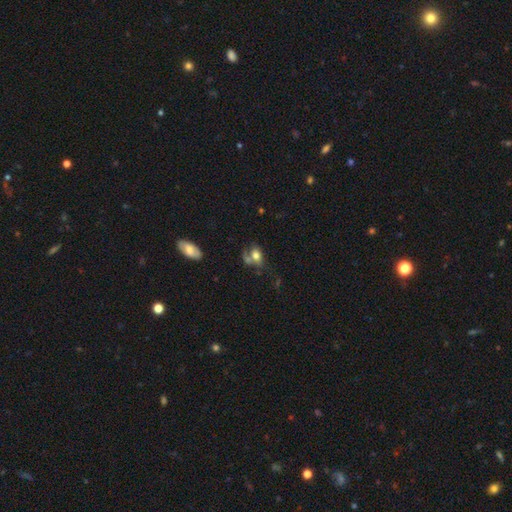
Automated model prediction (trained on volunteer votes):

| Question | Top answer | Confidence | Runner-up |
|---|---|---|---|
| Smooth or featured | smooth | 69% | featured or disk (20%) |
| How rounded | in between | 77% | round (20%) |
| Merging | none | 33% | merger (32%) |